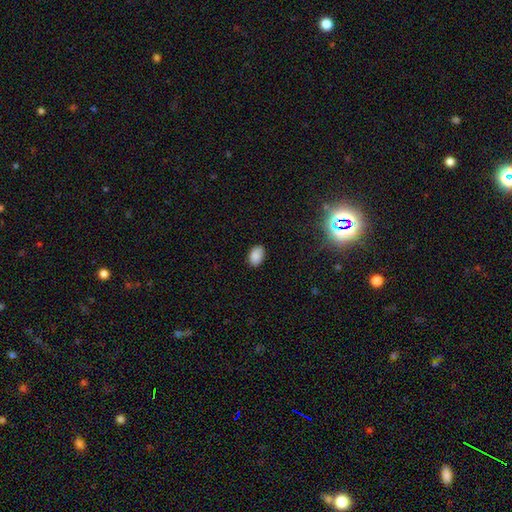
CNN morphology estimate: Smooth or featured: smooth — 87% (star or artifact — 9%)
How rounded: in between — 88% (round — 11%)
Merging: none — 84% (minor disturbance — 12%)